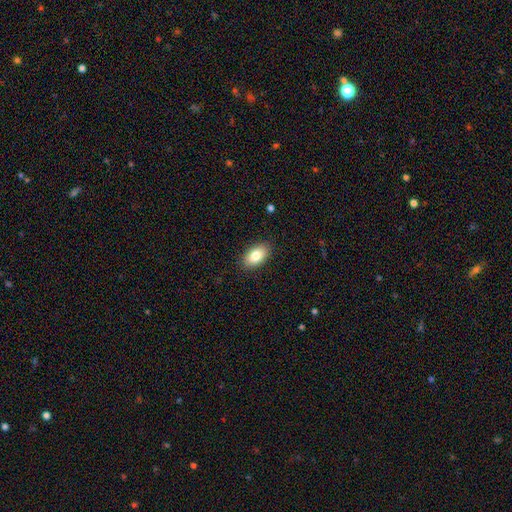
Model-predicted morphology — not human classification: smooth_or_featured: smooth (p=0.83) [alt: featured or disk p=0.10]
how_rounded: in between (p=0.93) [alt: round p=0.05]
merging: none (p=0.88) [alt: minor disturbance p=0.09]